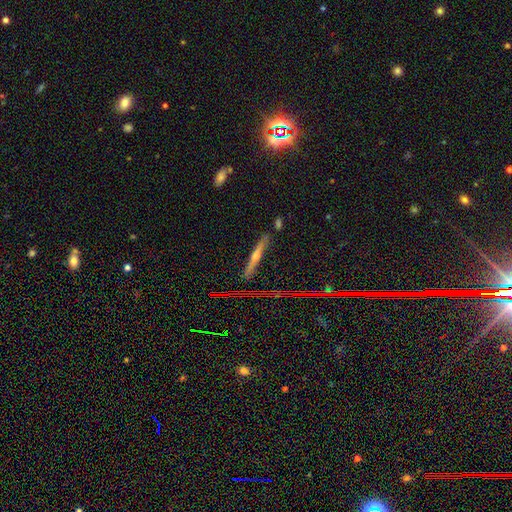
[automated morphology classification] type=featured or disk (61%); edge-on=yes (96%); edge-on bulge=rounded (78%); merging=none (82%).